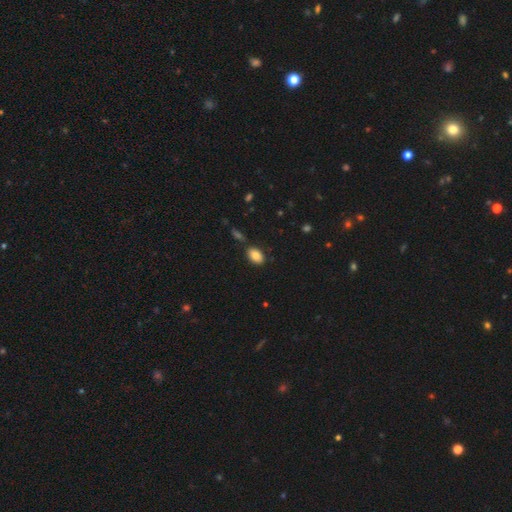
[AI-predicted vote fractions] This appears to be a smooth galaxy with no disk features (87%) that is in between round and cigar-shaped (92%). Merging: none (78%).